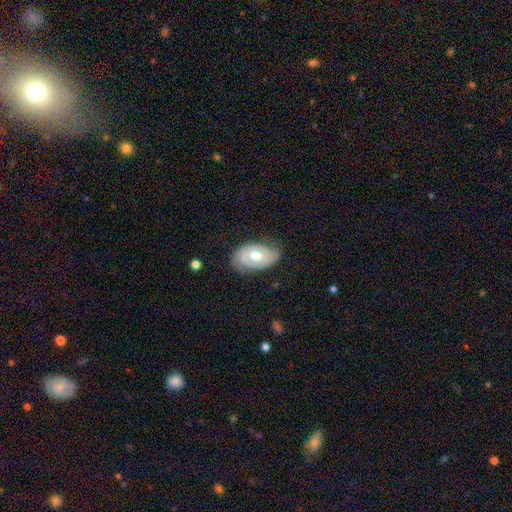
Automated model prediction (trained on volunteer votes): featured or disk 59%, smooth 34%, star or artifact 6%. Down the decision tree: edge-on disk — no (93%); bar — no (68%); spiral arms — yes (72%); bulge size — moderate (76%); merging — none (67%).